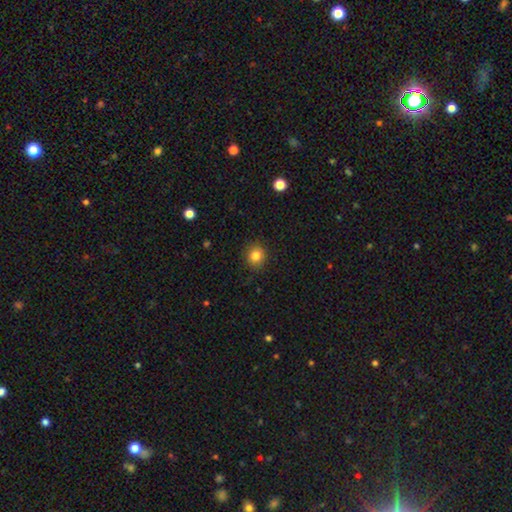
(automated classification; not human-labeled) The model was most divided on "how rounded": round: 83%, in between: 16%, cigar-shaped: 1%. More confident: merging — none (89%); smooth or featured — smooth (83%).